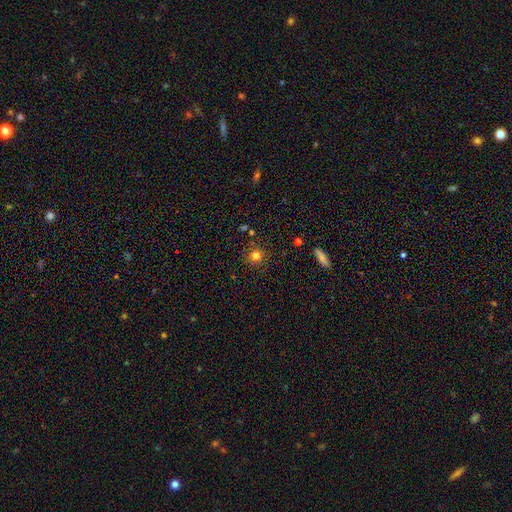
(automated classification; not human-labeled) smooth-or-featured: smooth: 78% | star or artifact: 15% | featured or disk: 8%
  how-rounded: round: 92% | in between: 7% | cigar-shaped: 1%
  merging: none: 87% | minor disturbance: 8% | merger: 2% | major disturbance: 2%